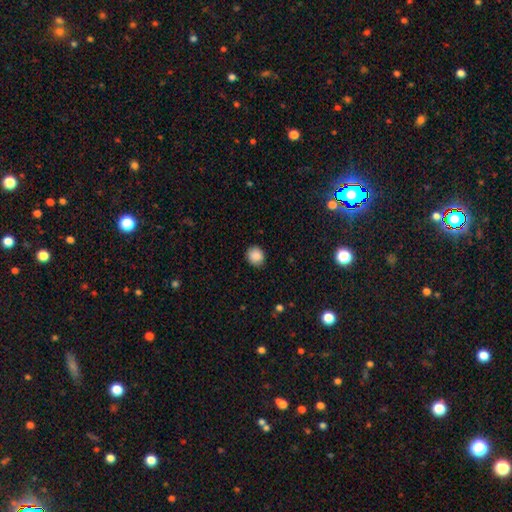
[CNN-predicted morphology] Q: Smooth or featured?
A: smooth (88%); runner-up: star or artifact (9%)
Q: How rounded?
A: round (81%); runner-up: in between (19%)
Q: Merging?
A: none (88%); runner-up: minor disturbance (9%)